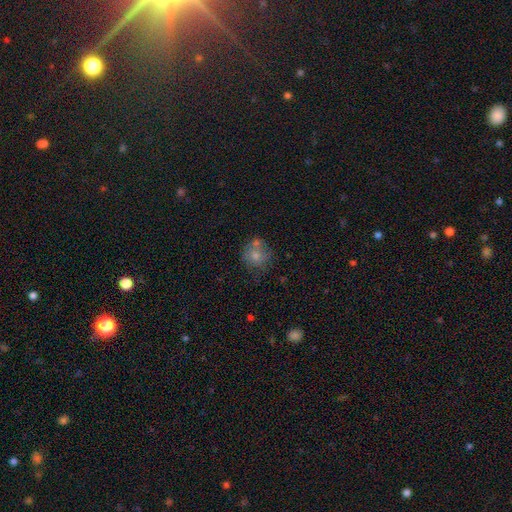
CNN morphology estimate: The model was most divided on "merging": none: 51%, merger: 23%, minor disturbance: 18%, major disturbance: 7%. More confident: how rounded — round (82%); smooth or featured — smooth (71%).